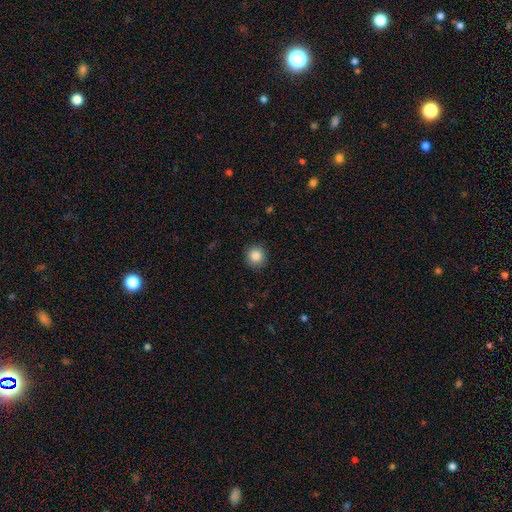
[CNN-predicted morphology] Q: Smooth or featured?
A: smooth (86%); runner-up: star or artifact (9%)
Q: How rounded?
A: round (92%); runner-up: in between (7%)
Q: Merging?
A: none (89%); runner-up: minor disturbance (7%)